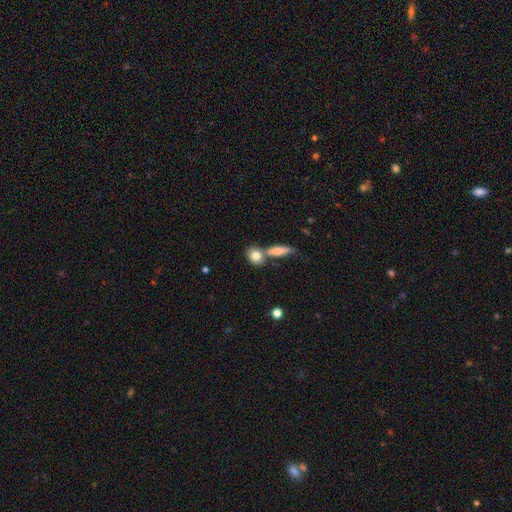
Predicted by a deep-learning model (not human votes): This appears to be a smooth galaxy with no disk features (80%) that is round (51%). Merging: none (51%).